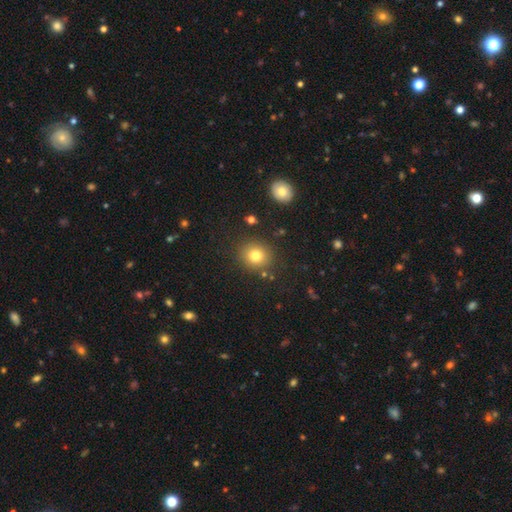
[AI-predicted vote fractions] Smooth or featured? smooth (79%)
How rounded? round (81%)
Merging? none (86%)